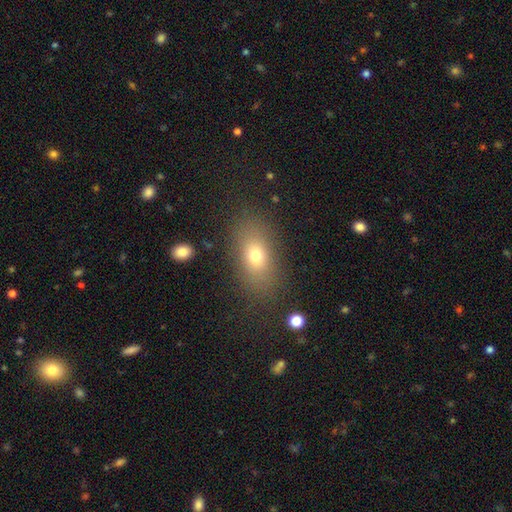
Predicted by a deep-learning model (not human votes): Smooth or featured: smooth — 72% (featured or disk — 16%)
How rounded: in between — 82% (round — 13%)
Merging: none — 82% (minor disturbance — 11%)